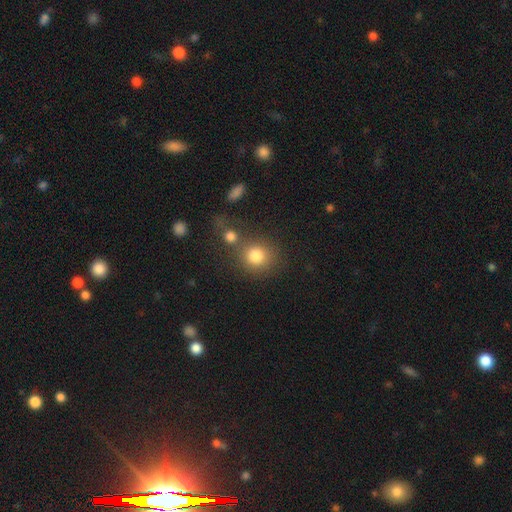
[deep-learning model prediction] Overall: smooth (81%). How rounded: round (84%). Merging: none (59%; merger 25%).